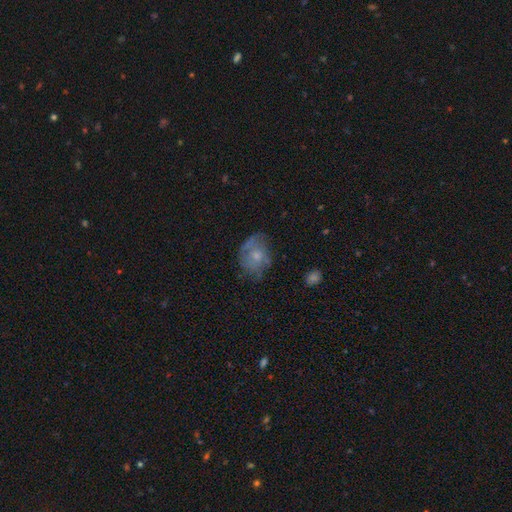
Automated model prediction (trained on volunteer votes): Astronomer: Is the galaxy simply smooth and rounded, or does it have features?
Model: featured or disk — 46% (runner-up: smooth, 45%).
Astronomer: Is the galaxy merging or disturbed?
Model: none — 56%.